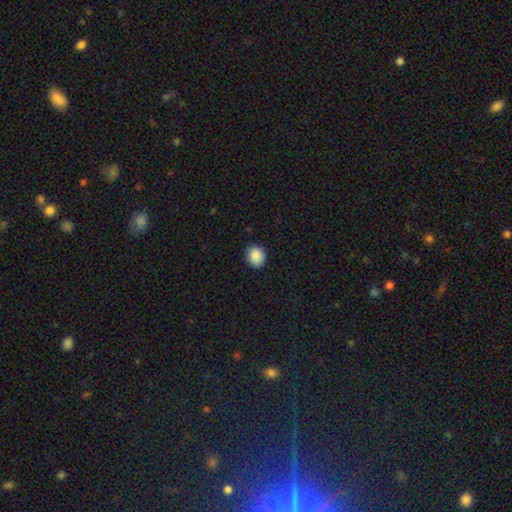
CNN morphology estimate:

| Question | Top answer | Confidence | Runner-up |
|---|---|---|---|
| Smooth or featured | smooth | 89% | star or artifact (8%) |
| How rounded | round | 66% | in between (34%) |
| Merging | none | 86% | minor disturbance (10%) |